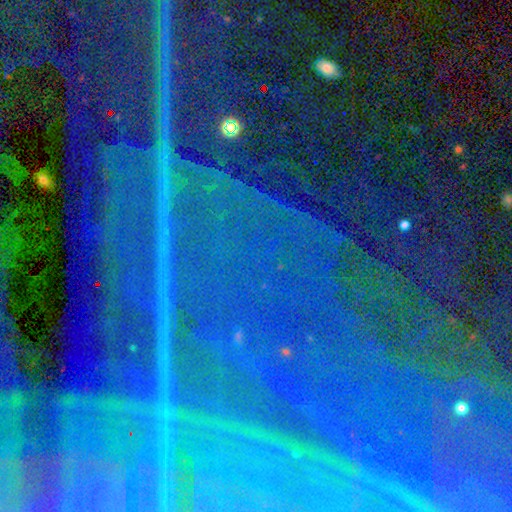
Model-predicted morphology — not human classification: Smooth or featured? star or artifact (90%)